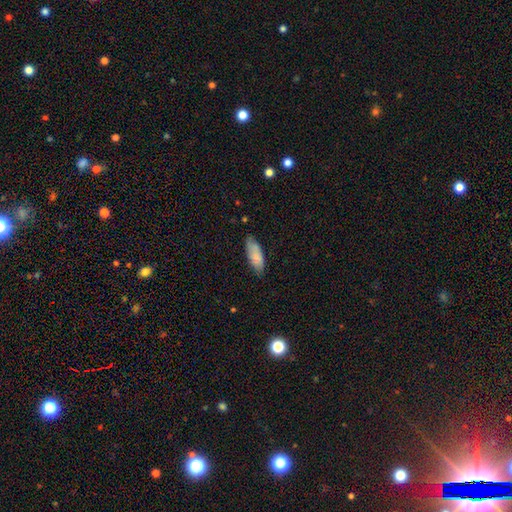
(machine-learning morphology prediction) Q: Smooth or featured?
A: smooth (83%); runner-up: featured or disk (11%)
Q: How rounded?
A: in between (73%); runner-up: cigar-shaped (26%)
Q: Merging?
A: none (72%); runner-up: minor disturbance (23%)